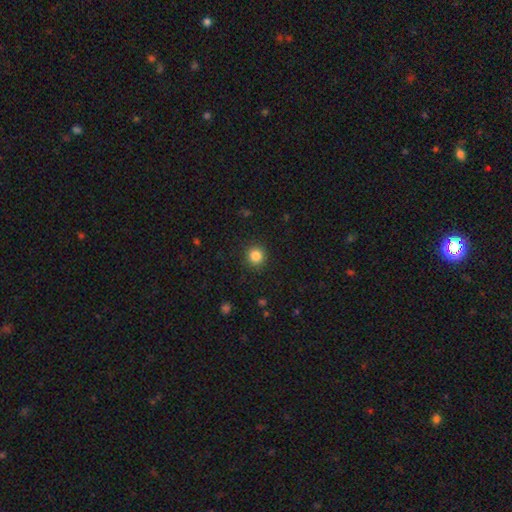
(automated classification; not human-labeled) Smooth or featured? Predicted: smooth (p=0.84). How rounded? Predicted: round (p=0.93). Merging? Predicted: none (p=0.91).